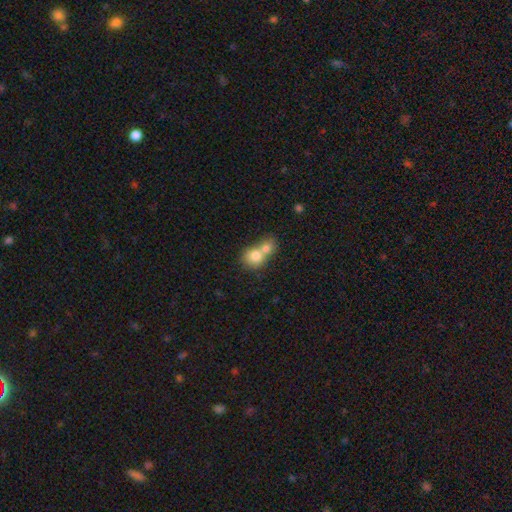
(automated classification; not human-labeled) smooth 76%, featured or disk 15%, star or artifact 8%. Down the decision tree: how rounded — round (70%); merging — merger (71%).